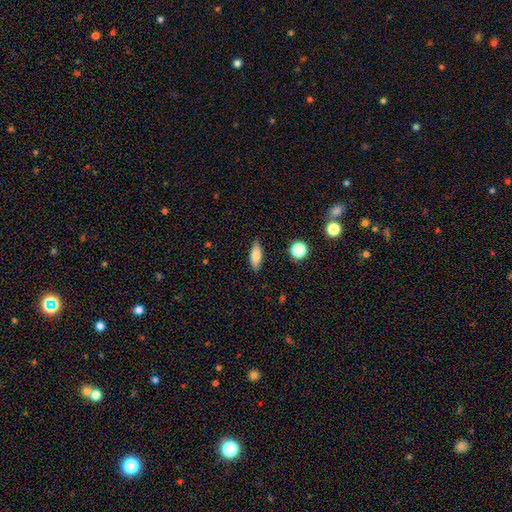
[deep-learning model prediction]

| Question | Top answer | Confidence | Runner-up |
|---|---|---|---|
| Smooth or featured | smooth | 75% | featured or disk (18%) |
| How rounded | in between | 65% | cigar-shaped (31%) |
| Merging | none | 85% | minor disturbance (11%) |